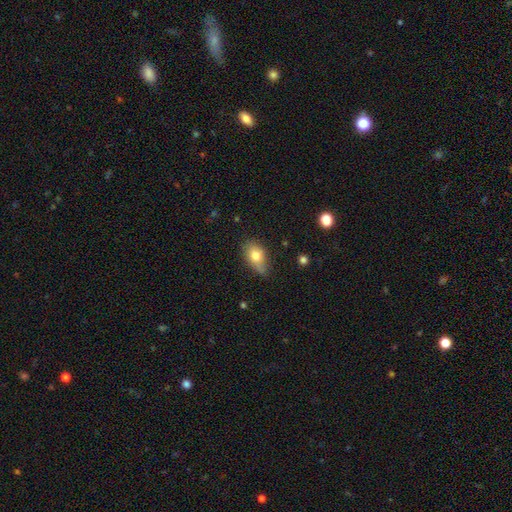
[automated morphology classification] Q: Smooth or featured?
A: smooth (75%); runner-up: featured or disk (16%)
Q: How rounded?
A: in between (84%); runner-up: round (13%)
Q: Merging?
A: none (53%); runner-up: minor disturbance (36%)